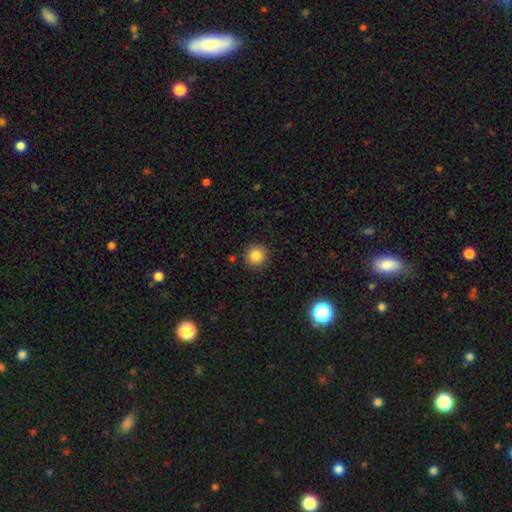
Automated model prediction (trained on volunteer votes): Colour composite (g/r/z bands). It shows a smooth galaxy with no disk features (85%) that is round (94%). Merging: none (89%).